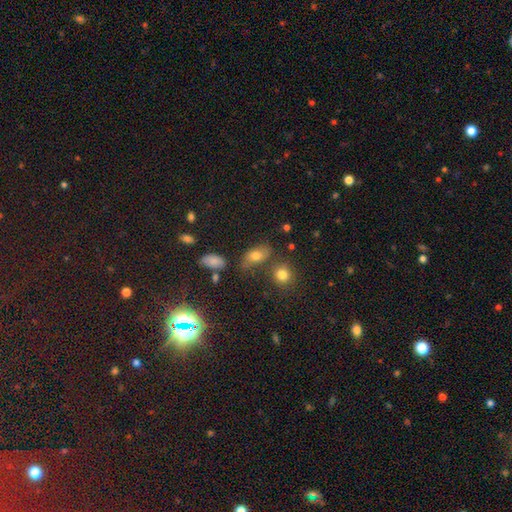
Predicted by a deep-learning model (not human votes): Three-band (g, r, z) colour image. It shows a smooth galaxy with no disk features (69%) that is in between round and cigar-shaped (84%). Merging: none (61%).